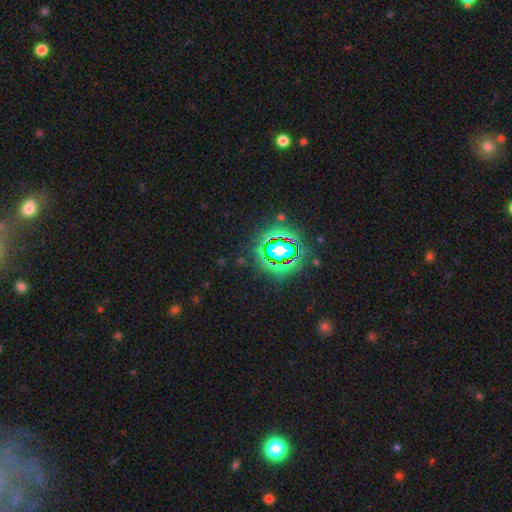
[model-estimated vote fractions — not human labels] This is clearly a star or artifact rather than a galaxy (81%).